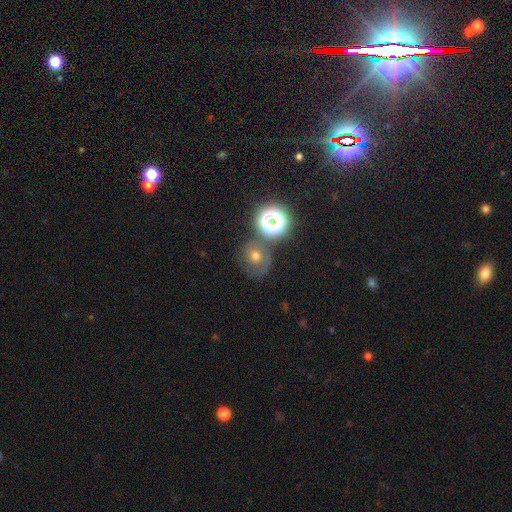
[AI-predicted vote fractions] A smooth galaxy with no disk features (49%).

Vote fractions:
- Smooth or featured? smooth: 49% / featured or disk: 27% / star or artifact: 23%
- Merging? none: 60% / minor disturbance: 18% / merger: 11% / major disturbance: 11%